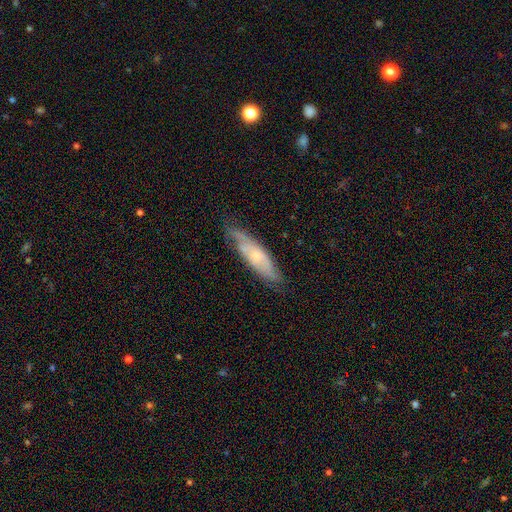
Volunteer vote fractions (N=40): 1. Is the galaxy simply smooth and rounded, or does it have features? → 78% featured or disk, 15% smooth, 8% star or artifact.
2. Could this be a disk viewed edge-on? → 77% no, 23% yes.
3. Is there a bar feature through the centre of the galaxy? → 67% no, 33% weak, 0% strong.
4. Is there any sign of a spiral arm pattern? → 83% yes, 17% no.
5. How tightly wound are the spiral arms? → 35% tight (tied), 35% medium (tied), 30% loose.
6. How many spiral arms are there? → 55% can't tell, 35% 2, 5% 1, 5% 3, 0% 4, 0% more than 4.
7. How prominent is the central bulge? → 54% moderate, 46% small, 0% dominant, 0% large, 0% none.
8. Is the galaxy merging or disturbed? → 70% none, 16% minor disturbance, 14% major disturbance, 0% merger.